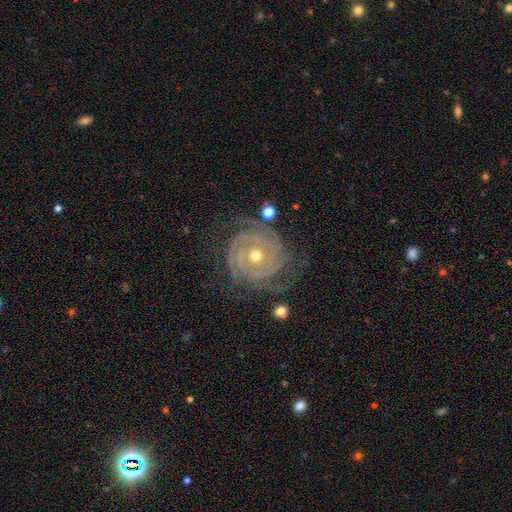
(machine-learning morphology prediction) featured or disk 90%, star or artifact 5%, smooth 5%. Down the decision tree: edge-on disk — no (97%); bar — no (74%); spiral arms — yes (97%); spiral arm count — 3 (30%); spiral winding — tight (82%); bulge size — moderate (58%); merging — none (70%).